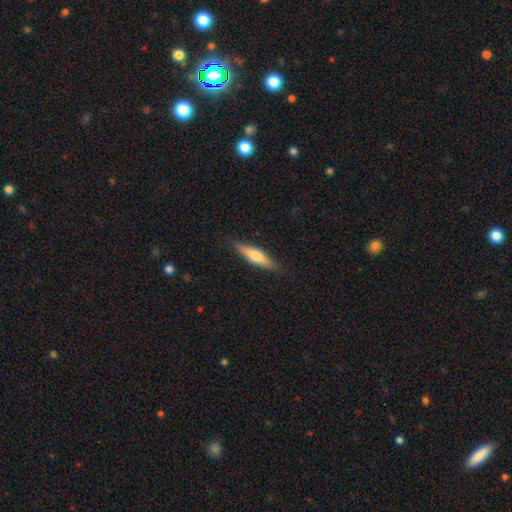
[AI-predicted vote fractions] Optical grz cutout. It shows a smooth galaxy with no disk features (57%) that is cigar-shaped (74%). Merging: none (87%).